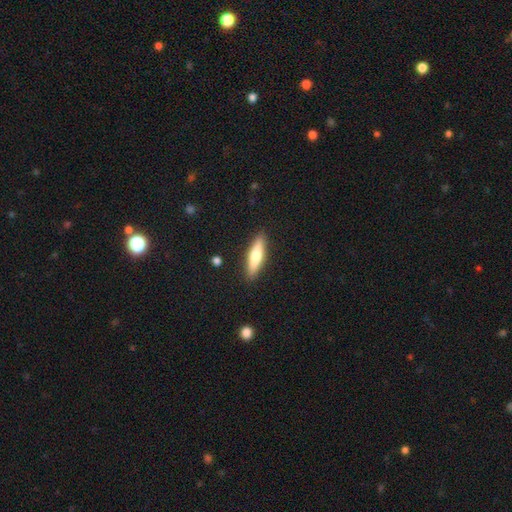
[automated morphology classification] A smooth galaxy with no disk features (61%) that is cigar-shaped (72%).

Vote fractions:
- Smooth or featured? smooth: 61% / featured or disk: 33% / star or artifact: 6%
- How rounded? cigar-shaped: 72% / in between: 26% / round: 2%
- Merging? none: 89% / minor disturbance: 8% / major disturbance: 2% / merger: 1%